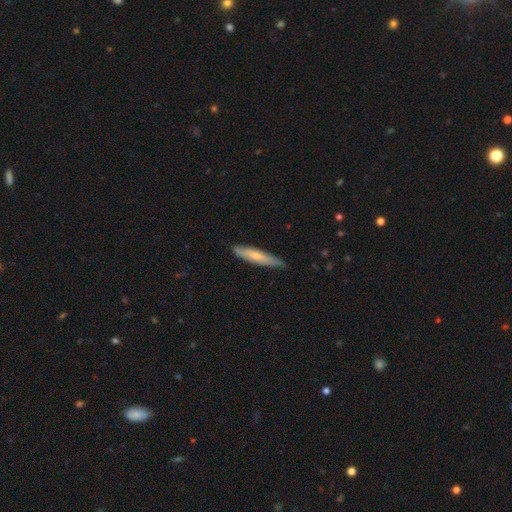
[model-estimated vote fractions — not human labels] Smooth or featured? smooth (58%)
How rounded? cigar-shaped (88%)
Merging? none (80%)